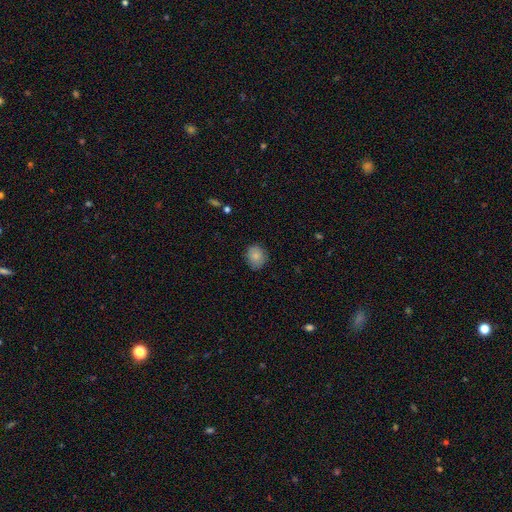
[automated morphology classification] A smooth galaxy with no disk features (85%) that is round (62%).

Vote fractions:
- Smooth or featured? smooth: 85% / star or artifact: 8% / featured or disk: 7%
- How rounded? round: 62% / in between: 37% / cigar-shaped: 1%
- Merging? none: 81% / minor disturbance: 15% / major disturbance: 3% / merger: 1%